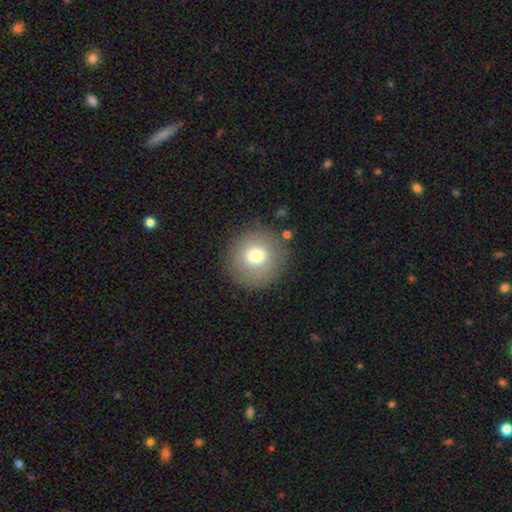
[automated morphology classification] Smooth or featured? Predicted: smooth (p=0.74). How rounded? Predicted: round (p=0.94). Merging? Predicted: none (p=0.86).